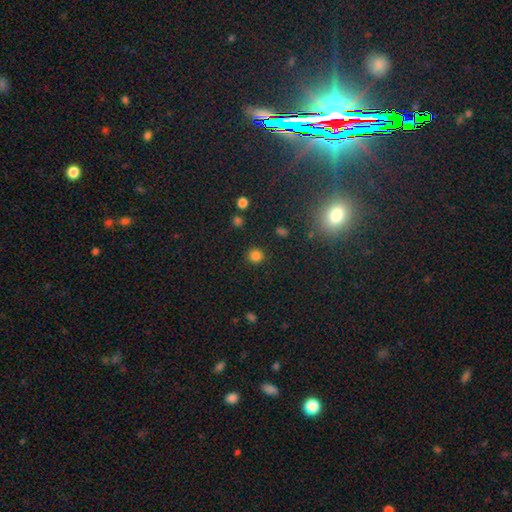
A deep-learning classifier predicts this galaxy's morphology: Smooth or featured?
  - smooth: 81% *
  - star or artifact: 16%
  - featured or disk: 4%
How rounded?
  - round: 91% *
  - in between: 8%
  - cigar-shaped: 1%
Merging?
  - none: 88% *
  - minor disturbance: 7%
  - major disturbance: 3%
  - merger: 2%